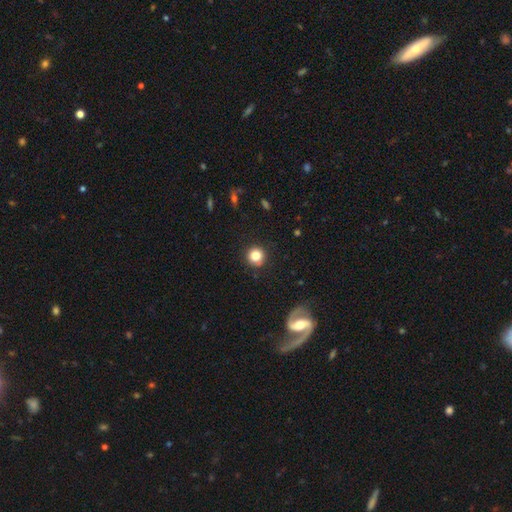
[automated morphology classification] type=smooth (82%); roundness=round (93%); merging=none (90%).